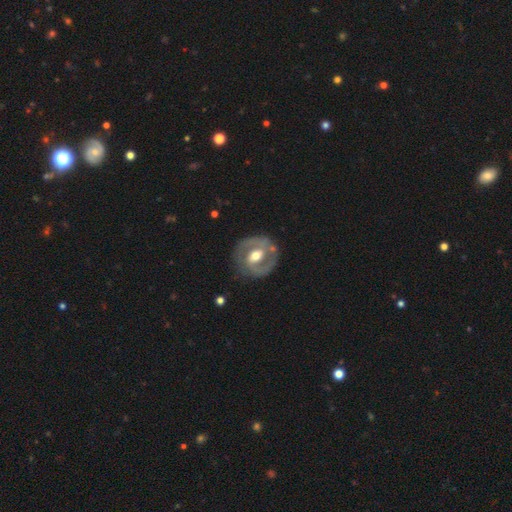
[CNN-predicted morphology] Smooth or featured?
  - featured or disk: 76% *
  - smooth: 19%
  - star or artifact: 5%
Edge-on disk?
  - no: 97% *
  - yes: 3%
Bar?
  - weak: 44% *
  - no: 30%
  - strong: 27%
Spiral arms?
  - yes: 76% *
  - no: 24%
Spiral winding?
  - medium: 43% *
  - tight: 42%
  - loose: 15%
Spiral arm count?
  - 2: 79% *
  - can't tell: 9%
  - 1: 7%
  - 3: 2%
  - 4: 1%
  - more than 4: 1%
Bulge size?
  - moderate: 73% *
  - large: 13%
  - small: 12%
  - dominant: 1%
  - none: 1%
Merging?
  - none: 77% *
  - minor disturbance: 15%
  - major disturbance: 6%
  - merger: 3%